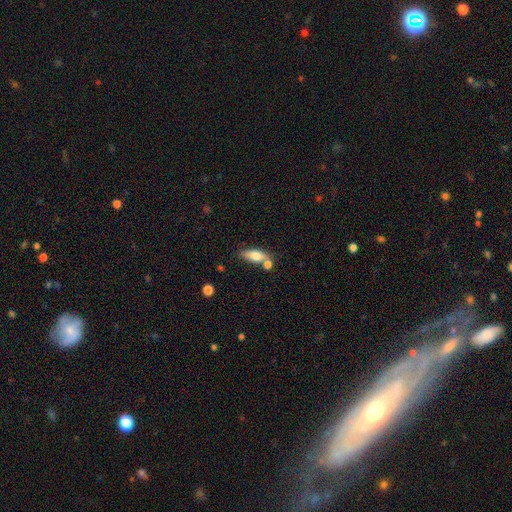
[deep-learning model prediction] Smooth or featured?
  - smooth: 75% *
  - featured or disk: 18%
  - star or artifact: 8%
How rounded?
  - in between: 73% *
  - cigar-shaped: 23%
  - round: 4%
Merging?
  - none: 56% *
  - merger: 24%
  - minor disturbance: 16%
  - major disturbance: 5%